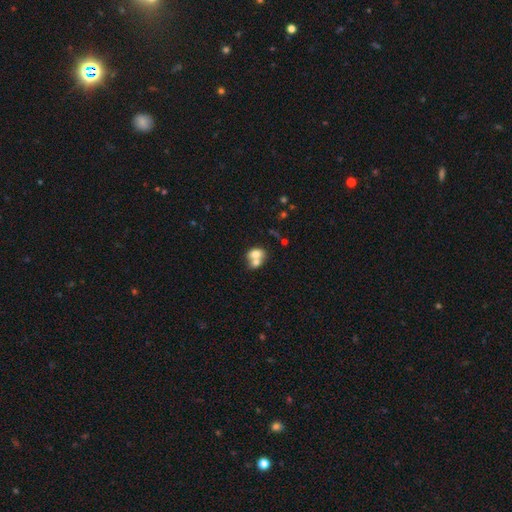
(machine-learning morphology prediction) smooth-or-featured: smooth: 70% | featured or disk: 22% | star or artifact: 9%
  how-rounded: in between: 62% | round: 37% | cigar-shaped: 1%
  merging: merger: 67% | none: 22% | minor disturbance: 7% | major disturbance: 3%